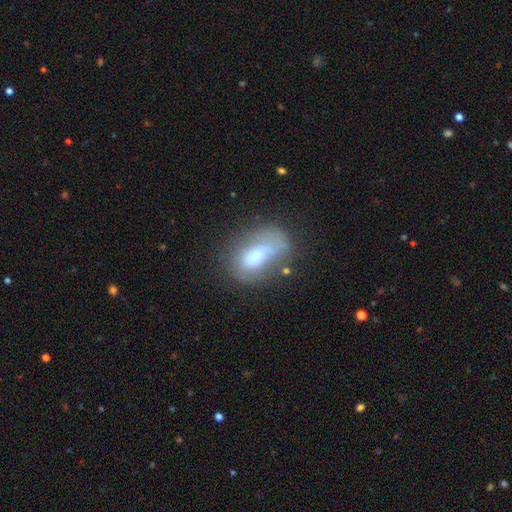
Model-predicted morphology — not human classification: A smooth galaxy with no disk features (58%) that is in between round and cigar-shaped (86%). Merging: none (46%).